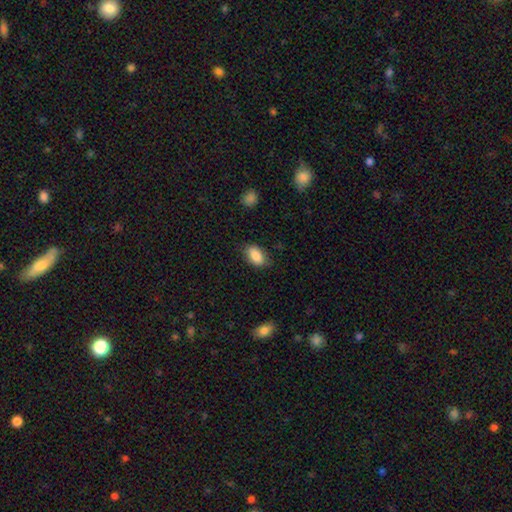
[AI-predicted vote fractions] A smooth galaxy with no disk features (86%) that is in between round and cigar-shaped (91%).

Vote fractions:
- Smooth or featured? smooth: 86% / star or artifact: 7% / featured or disk: 6%
- How rounded? in between: 91% / round: 7% / cigar-shaped: 3%
- Merging? none: 80% / minor disturbance: 16% / major disturbance: 3% / merger: 1%